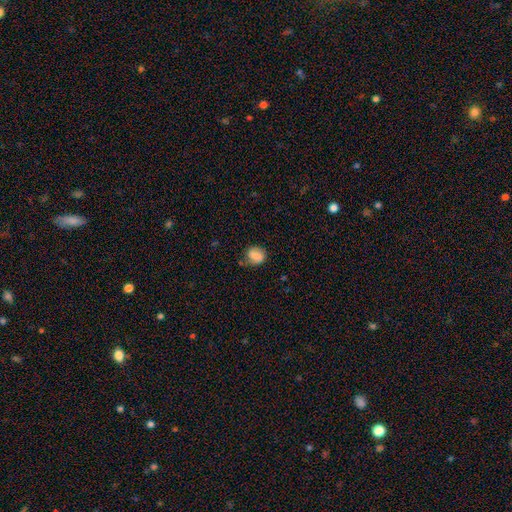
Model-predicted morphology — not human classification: Smooth or featured?
  - smooth: 71% *
  - featured or disk: 19%
  - star or artifact: 10%
How rounded?
  - round: 57% *
  - in between: 41%
  - cigar-shaped: 2%
Merging?
  - none: 65% *
  - minor disturbance: 24%
  - major disturbance: 8%
  - merger: 4%